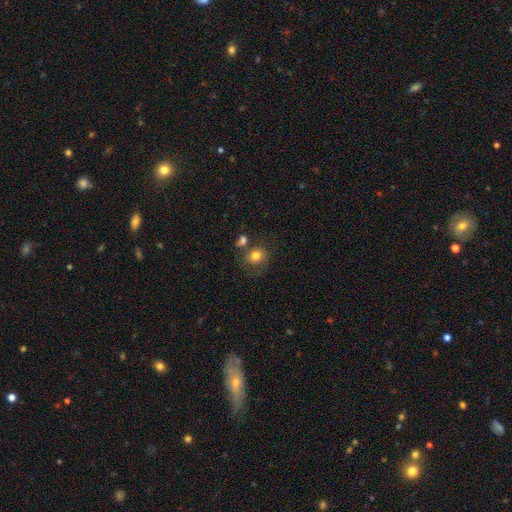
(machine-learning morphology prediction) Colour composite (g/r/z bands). It shows a smooth galaxy with no disk features (79%) that is round (73%). Merging: none (56%).